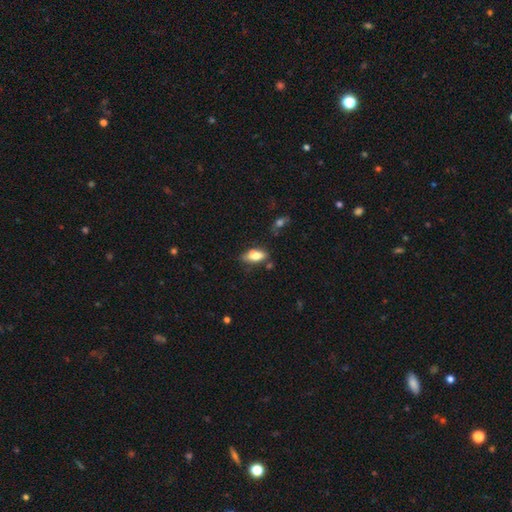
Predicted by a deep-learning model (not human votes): Smooth or featured?
  - smooth: 73% *
  - featured or disk: 19%
  - star or artifact: 8%
How rounded?
  - in between: 83% *
  - cigar-shaped: 14%
  - round: 4%
Merging?
  - none: 61% *
  - minor disturbance: 24%
  - merger: 8%
  - major disturbance: 7%